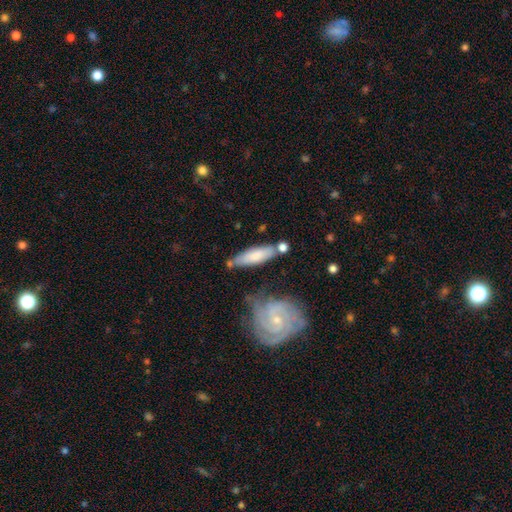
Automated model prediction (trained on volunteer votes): This is likely a smooth galaxy (65%). How rounded: likely cigar-shaped (60%). Merging: likely none (63%).